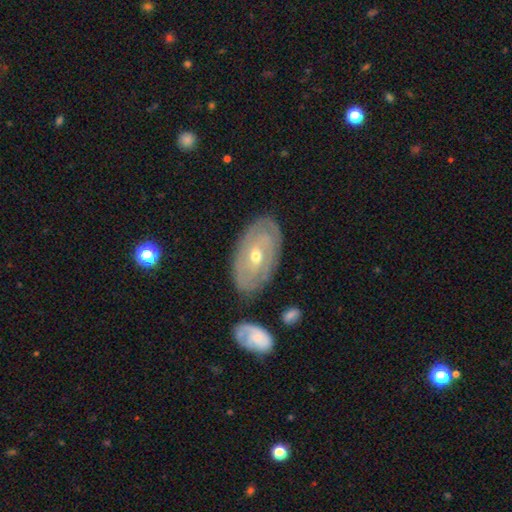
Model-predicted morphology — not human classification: featured or disk 77%, smooth 16%, star or artifact 7%. Down the decision tree: edge-on disk — no (93%); bar — no (60%); spiral arms — yes (77%); spiral arm count — can't tell (52%); spiral winding — tight (80%); bulge size — moderate (56%); merging — none (80%).